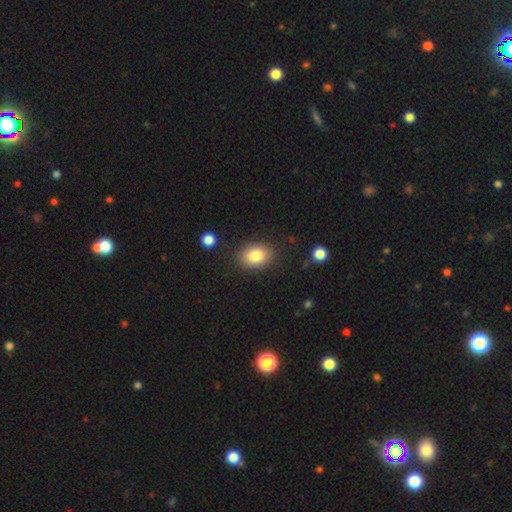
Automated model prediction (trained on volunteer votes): The model was most divided on "how rounded": in between: 67%, round: 32%, cigar-shaped: 1%. More confident: merging — none (86%); smooth or featured — smooth (83%).